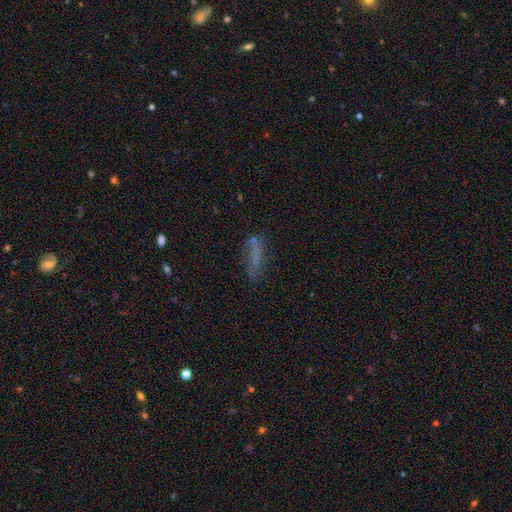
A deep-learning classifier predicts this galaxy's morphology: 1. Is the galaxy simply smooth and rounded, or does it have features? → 59% smooth, 25% featured or disk, 16% star or artifact.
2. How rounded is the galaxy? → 65% cigar-shaped, 32% in between, 3% round.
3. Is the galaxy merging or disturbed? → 56% none, 23% minor disturbance, 14% major disturbance, 7% merger.